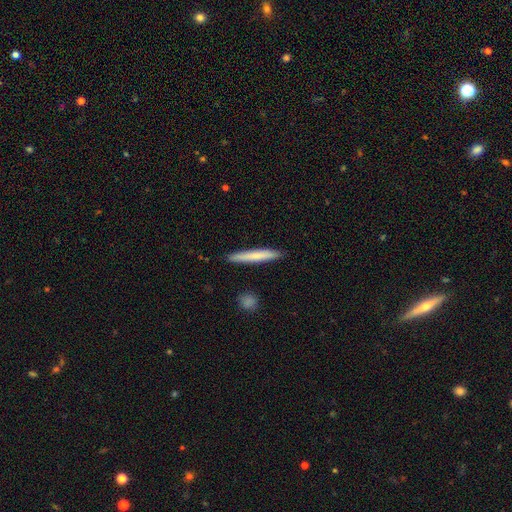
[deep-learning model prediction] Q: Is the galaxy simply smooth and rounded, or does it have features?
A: smooth — 70%.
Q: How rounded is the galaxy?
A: cigar-shaped — 95%.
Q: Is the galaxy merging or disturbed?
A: none — 91%.